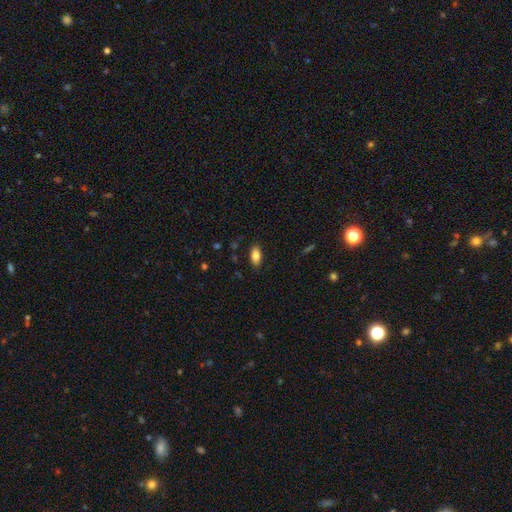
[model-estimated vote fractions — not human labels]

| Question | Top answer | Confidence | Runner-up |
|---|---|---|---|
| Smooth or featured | smooth | 81% | featured or disk (11%) |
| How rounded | in between | 89% | cigar-shaped (8%) |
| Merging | none | 86% | minor disturbance (11%) |